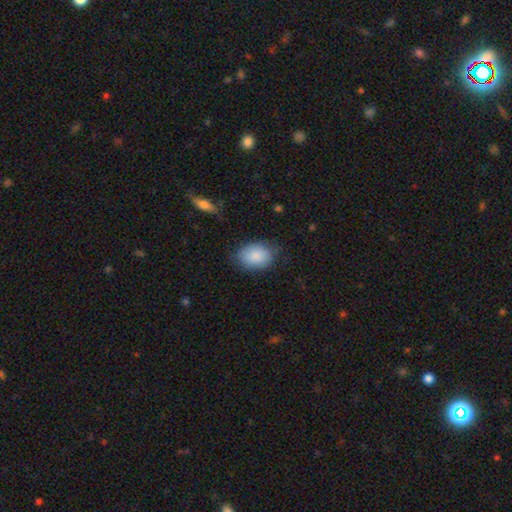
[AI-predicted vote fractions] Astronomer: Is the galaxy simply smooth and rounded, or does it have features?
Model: smooth — 87%.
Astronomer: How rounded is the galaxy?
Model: in between — 79%.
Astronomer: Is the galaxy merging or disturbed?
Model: none — 75%.